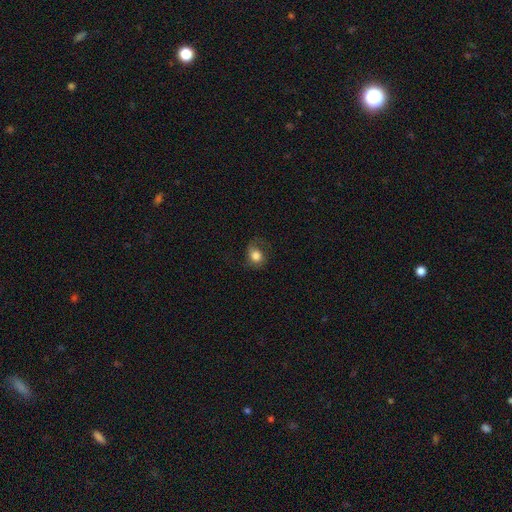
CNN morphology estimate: Overall: smooth (70%). How rounded: round (61%; in between 38%). Merging: none (57%; minor disturbance 23%).